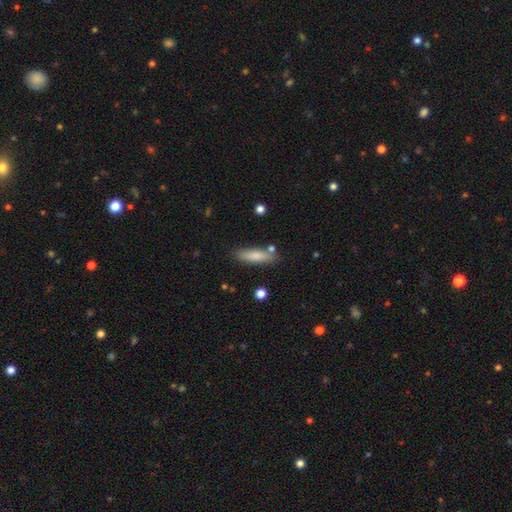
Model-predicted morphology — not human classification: smooth_or_featured: smooth (p=0.79) [alt: featured or disk p=0.15]
how_rounded: cigar-shaped (p=0.67) [alt: in between p=0.31]
merging: none (p=0.79) [alt: minor disturbance p=0.13]